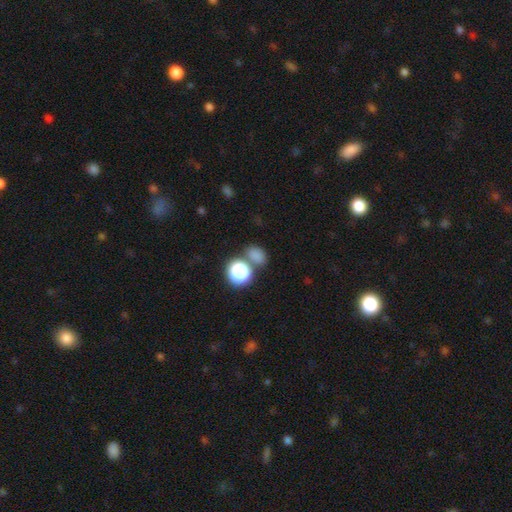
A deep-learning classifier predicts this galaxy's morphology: smooth_or_featured: smooth (p=0.74) [alt: star or artifact p=0.20]
how_rounded: in between (p=0.53) [alt: round p=0.45]
merging: none (p=0.66) [alt: merger p=0.19]